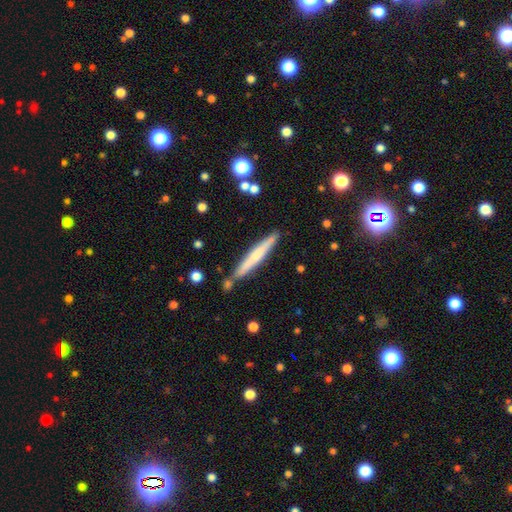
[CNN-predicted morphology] Smooth or featured: smooth — 53% (featured or disk — 41%)
How rounded: cigar-shaped — 95% (in between — 3%)
Merging: none — 83% (minor disturbance — 10%)